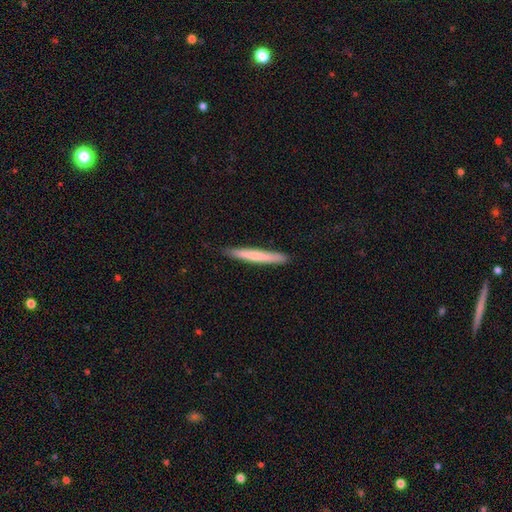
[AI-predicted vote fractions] smooth-or-featured: smooth: 68% | featured or disk: 27% | star or artifact: 5%
  how-rounded: cigar-shaped: 96% | in between: 3% | round: 1%
  merging: none: 89% | minor disturbance: 9% | major disturbance: 1% | merger: 1%